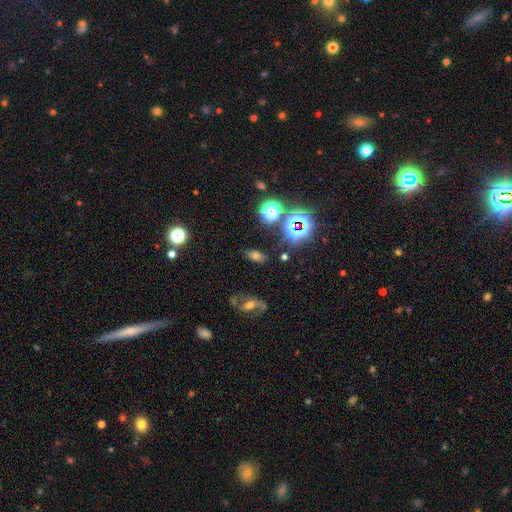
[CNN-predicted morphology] Overall: smooth (54%; star or artifact 29%). How rounded: in between (82%). Merging: none (78%).